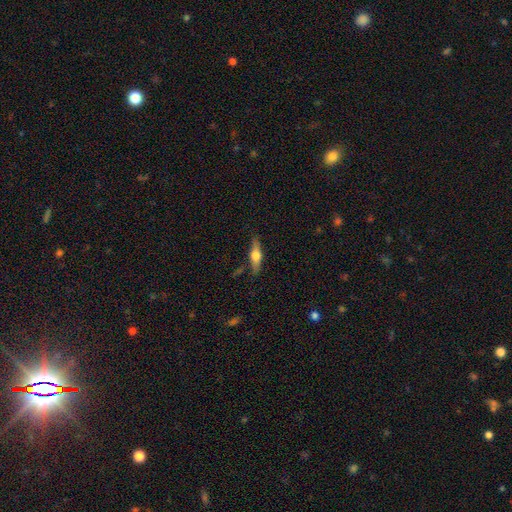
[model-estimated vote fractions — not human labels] featured or disk 58%, smooth 36%, star or artifact 6%. Down the decision tree: edge-on disk — yes (95%); edge-on bulge — rounded (94%); merging — none (85%).